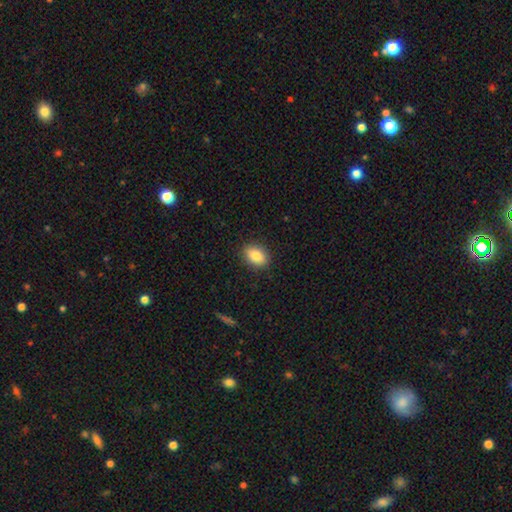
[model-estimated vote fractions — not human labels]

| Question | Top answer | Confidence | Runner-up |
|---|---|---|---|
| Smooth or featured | smooth | 84% | star or artifact (8%) |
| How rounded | in between | 80% | round (19%) |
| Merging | none | 89% | minor disturbance (8%) |